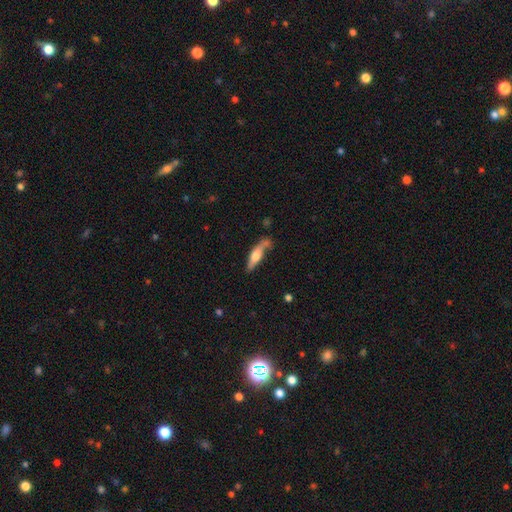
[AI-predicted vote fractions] Smooth or featured: smooth — 51% (featured or disk — 44%)
How rounded: cigar-shaped — 70% (in between — 28%)
Merging: none — 60% (minor disturbance — 22%)